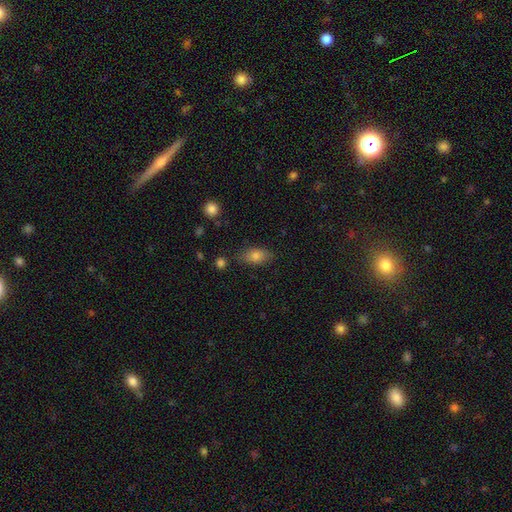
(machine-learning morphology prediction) Q: Smooth or featured?
A: smooth (77%); runner-up: featured or disk (13%)
Q: How rounded?
A: in between (84%); runner-up: cigar-shaped (9%)
Q: Merging?
A: none (79%); runner-up: minor disturbance (14%)